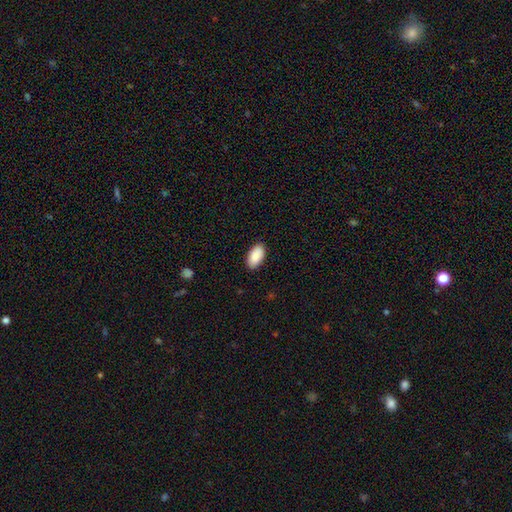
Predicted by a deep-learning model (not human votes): A smooth galaxy with no disk features (90%) that is in between round and cigar-shaped (96%).

Vote fractions:
- Smooth or featured? smooth: 90% / star or artifact: 6% / featured or disk: 4%
- How rounded? in between: 96% / round: 2% / cigar-shaped: 2%
- Merging? none: 88% / minor disturbance: 9% / major disturbance: 2% / merger: 1%